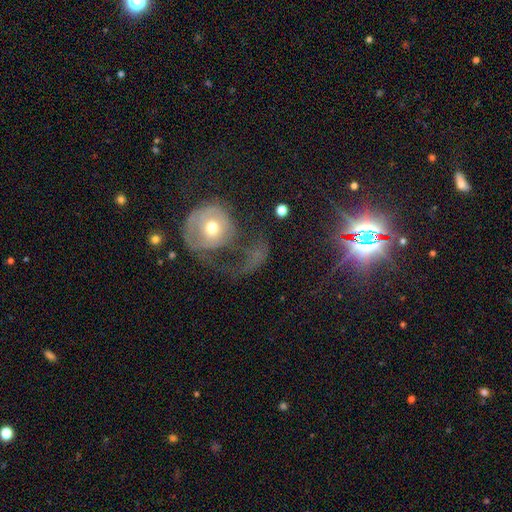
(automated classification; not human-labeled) A featured or disk galaxy (44%).

Vote fractions:
- Smooth or featured? featured or disk: 44% / smooth: 38% / star or artifact: 18%
- Merging? major disturbance: 60% / none: 20% / minor disturbance: 13% / merger: 6%